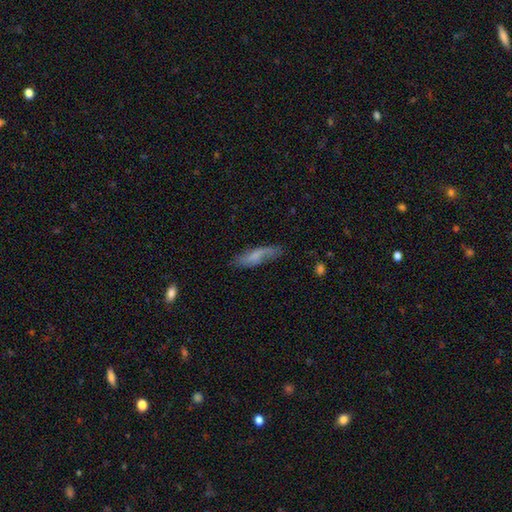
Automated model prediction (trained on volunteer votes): smooth 56%, featured or disk 36%, star or artifact 7%. Down the decision tree: how rounded — cigar-shaped (57%); merging — none (67%).